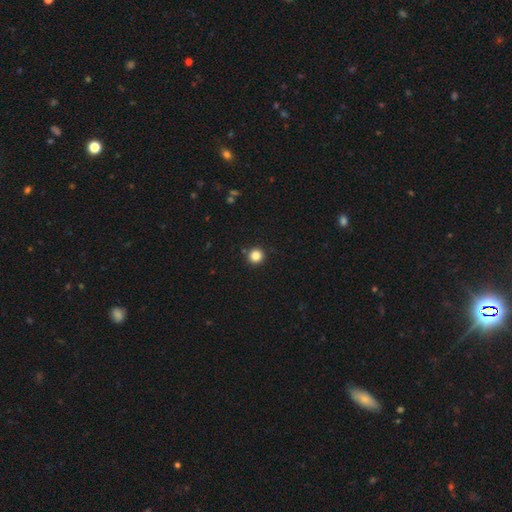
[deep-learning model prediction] Smooth or featured?
  - smooth: 85% *
  - star or artifact: 12%
  - featured or disk: 4%
How rounded?
  - round: 95% *
  - in between: 4%
  - cigar-shaped: 1%
Merging?
  - none: 91% *
  - minor disturbance: 5%
  - merger: 2%
  - major disturbance: 2%